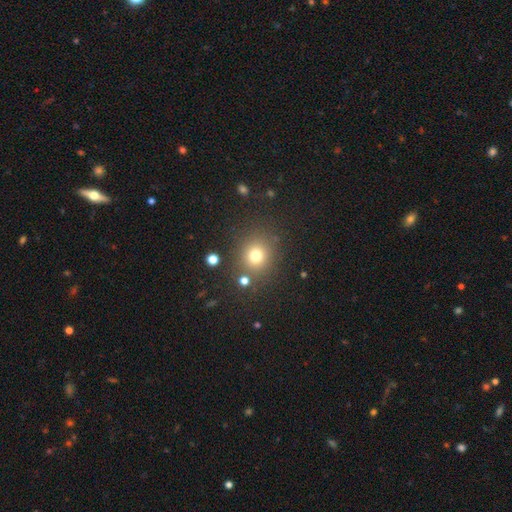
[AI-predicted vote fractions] This is likely a smooth galaxy (75%). How rounded: clearly round (85%). Merging: clearly none (82%).